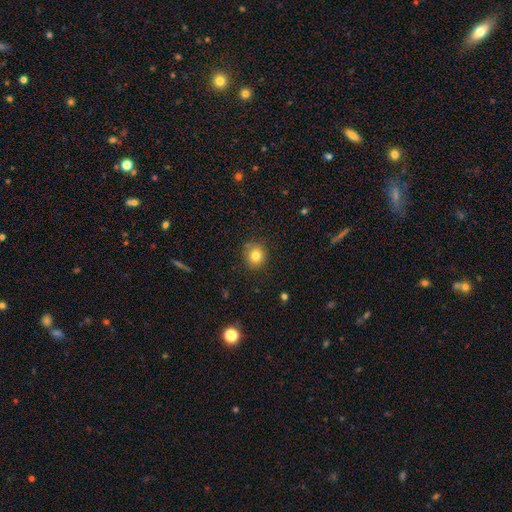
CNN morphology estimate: Smooth or featured? smooth (81%)
How rounded? round (86%)
Merging? none (85%)